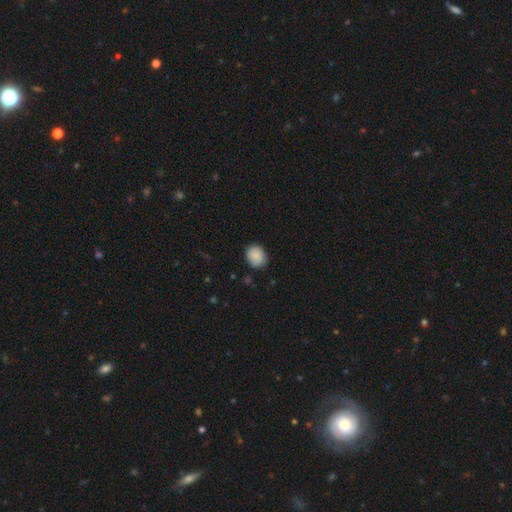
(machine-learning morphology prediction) smooth-or-featured: smooth: 85% | featured or disk: 8% | star or artifact: 7%
  how-rounded: round: 69% | in between: 30% | cigar-shaped: 1%
  merging: none: 79% | minor disturbance: 17% | major disturbance: 3% | merger: 1%